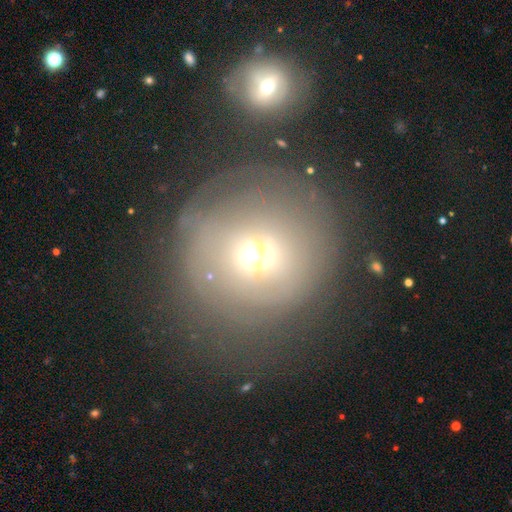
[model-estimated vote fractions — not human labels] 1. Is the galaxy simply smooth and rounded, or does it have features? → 54% smooth, 30% featured or disk, 16% star or artifact.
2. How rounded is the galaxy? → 90% round, 9% in between, 1% cigar-shaped.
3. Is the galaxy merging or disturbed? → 53% none, 17% minor disturbance, 16% merger, 14% major disturbance.